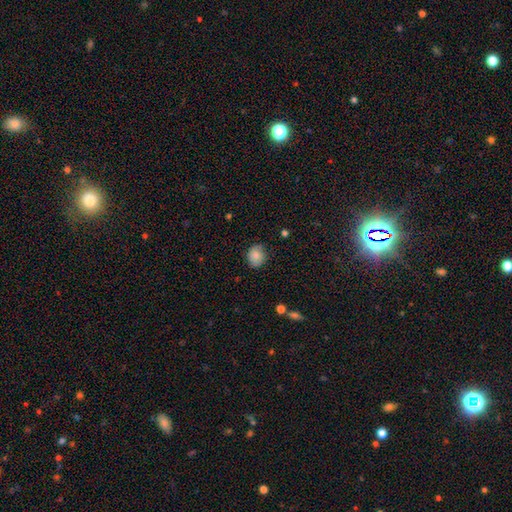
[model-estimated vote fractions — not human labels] This is likely a smooth galaxy (80%). How rounded: likely round (66%). Merging: likely none (73%).